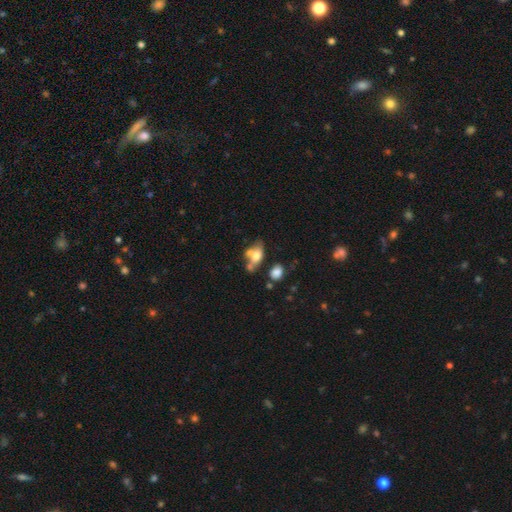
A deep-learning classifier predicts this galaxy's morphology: smooth-or-featured: smooth: 61% | featured or disk: 29% | star or artifact: 10%
  how-rounded: in between: 80% | round: 15% | cigar-shaped: 5%
  merging: merger: 40% | none: 31% | minor disturbance: 17% | major disturbance: 12%